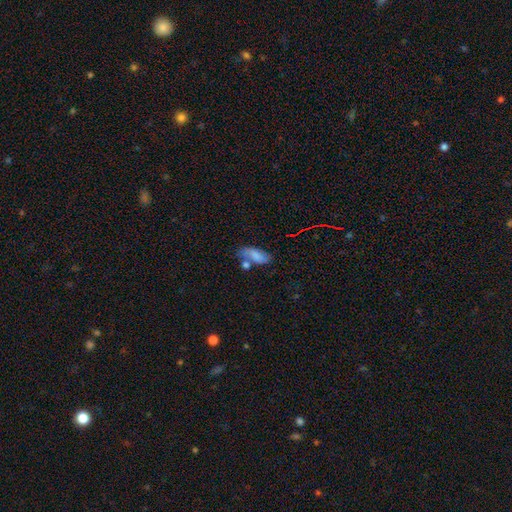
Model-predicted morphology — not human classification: A smooth galaxy with no disk features (66%) that is in between round and cigar-shaped (85%). Merging: none (44%).